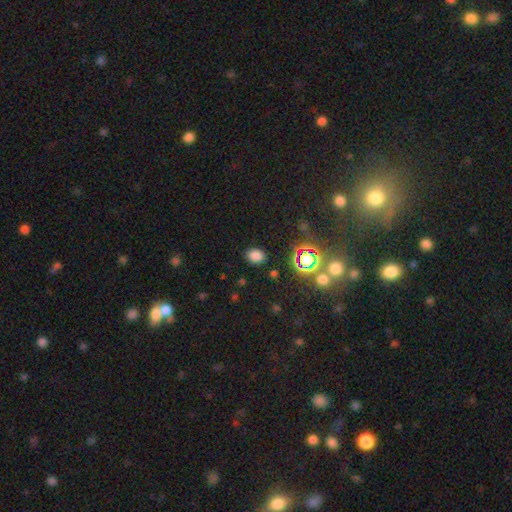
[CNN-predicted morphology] type=smooth (73%); roundness=in between (59%); merging=none (86%).